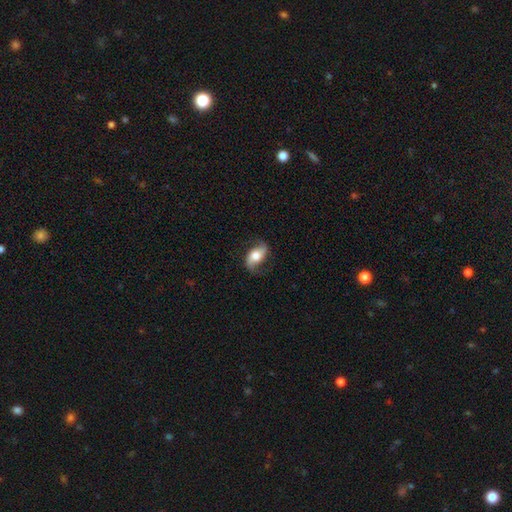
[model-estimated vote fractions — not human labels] smooth_or_featured: featured or disk (p=0.68) [alt: smooth p=0.26]
disk_edge_on: no (p=0.93) [alt: yes p=0.07]
bar: no (p=0.50) [alt: weak p=0.30]
has_spiral_arms: yes (p=0.90) [alt: no p=0.10]
spiral_winding: loose (p=0.64) [alt: medium p=0.28]
spiral_arm_count: 2 (p=0.91) [alt: 1 p=0.03]
bulge_size: moderate (p=0.56) [alt: large p=0.30]
merging: none (p=0.74) [alt: minor disturbance p=0.17]